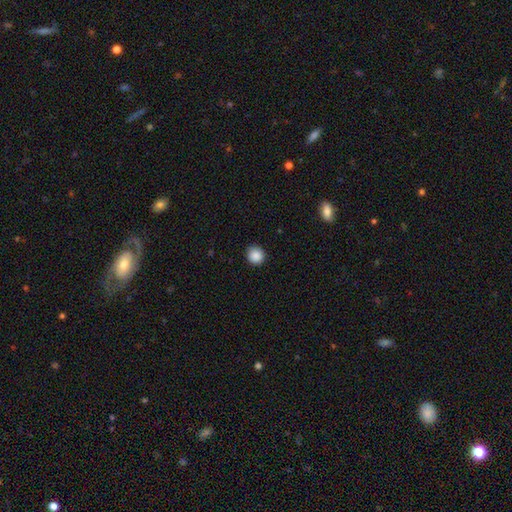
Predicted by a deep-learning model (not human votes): Smooth or featured: smooth — 88% (star or artifact — 9%)
How rounded: round — 90% (in between — 9%)
Merging: none — 90% (minor disturbance — 8%)